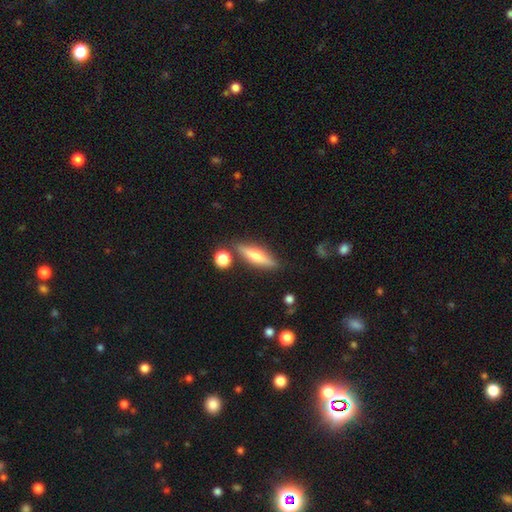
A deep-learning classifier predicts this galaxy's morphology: featured or disk 50%, smooth 43%, star or artifact 7%. Down the decision tree: merging — none (81%).